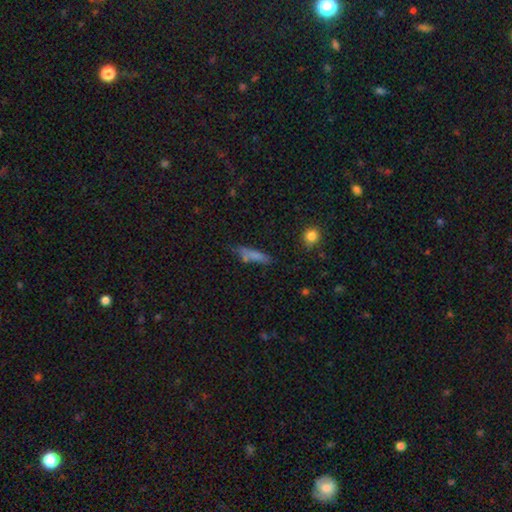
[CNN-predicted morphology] Smooth or featured?
  - smooth: 75% *
  - featured or disk: 15%
  - star or artifact: 10%
How rounded?
  - cigar-shaped: 70% *
  - in between: 27%
  - round: 3%
Merging?
  - none: 64% *
  - minor disturbance: 21%
  - merger: 8%
  - major disturbance: 6%